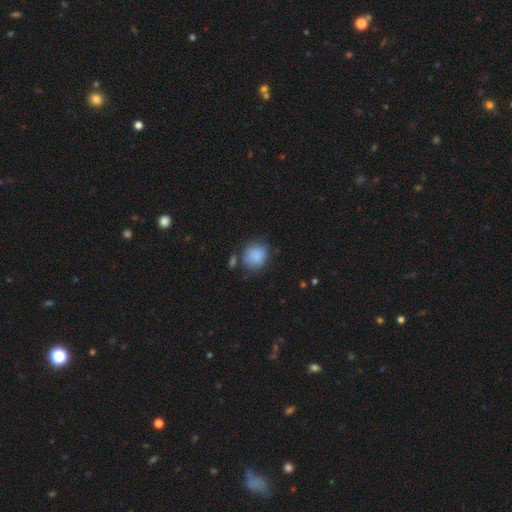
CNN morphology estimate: smooth-or-featured: smooth: 85% | star or artifact: 8% | featured or disk: 7%
  how-rounded: round: 78% | in between: 21% | cigar-shaped: 1%
  merging: none: 64% | minor disturbance: 21% | merger: 8% | major disturbance: 7%